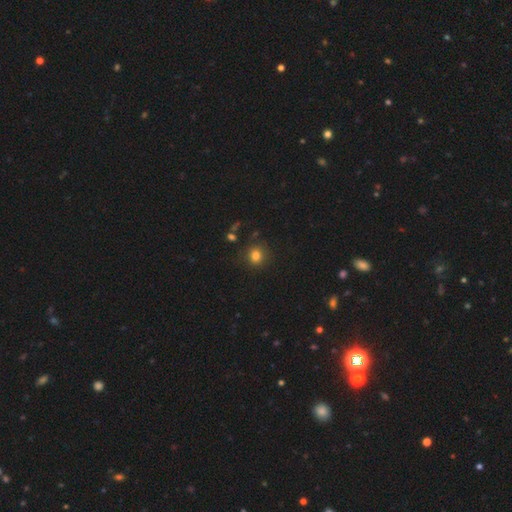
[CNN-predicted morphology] Smooth or featured: smooth — 81% (star or artifact — 14%)
How rounded: round — 84% (in between — 15%)
Merging: none — 85% (minor disturbance — 9%)